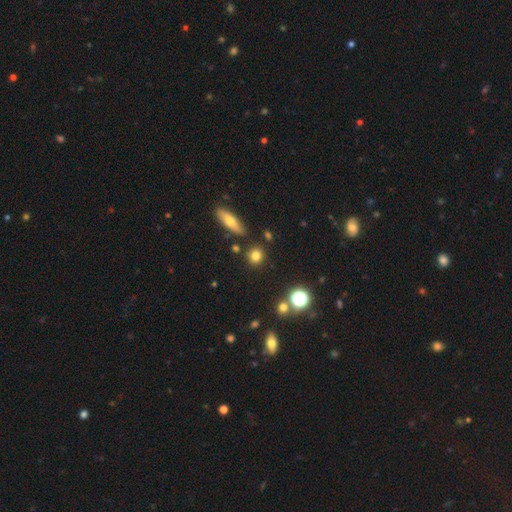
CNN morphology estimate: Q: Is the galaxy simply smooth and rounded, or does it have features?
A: smooth — 78%.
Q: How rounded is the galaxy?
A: round — 82%.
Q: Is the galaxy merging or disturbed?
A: none — 85%.